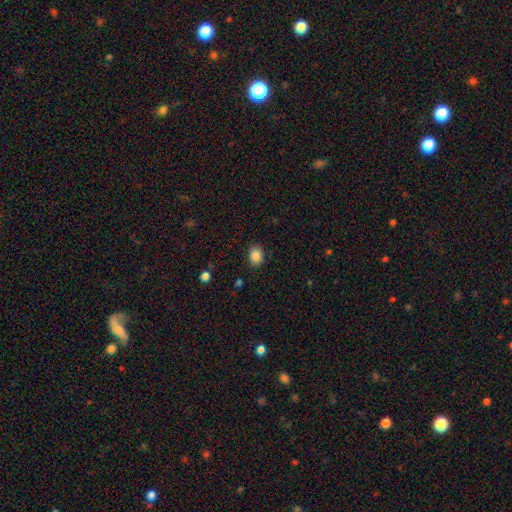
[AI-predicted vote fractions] This is clearly a smooth galaxy (87%). How rounded: likely in between (66%). Merging: clearly none (85%).